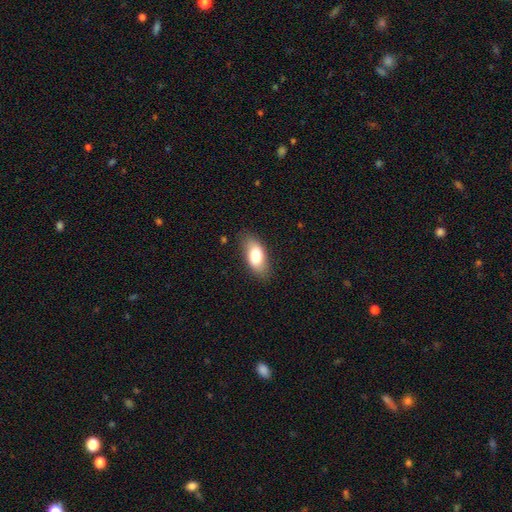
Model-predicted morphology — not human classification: Smooth or featured? Predicted: smooth (p=0.74). How rounded? Predicted: in between (p=0.87). Merging? Predicted: none (p=0.81).